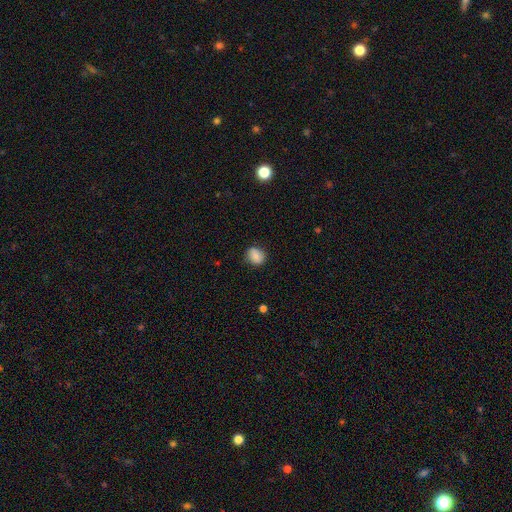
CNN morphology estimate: The model was most divided on "how rounded": round: 63%, in between: 36%, cigar-shaped: 1%. More confident: smooth or featured — smooth (84%); merging — none (81%).